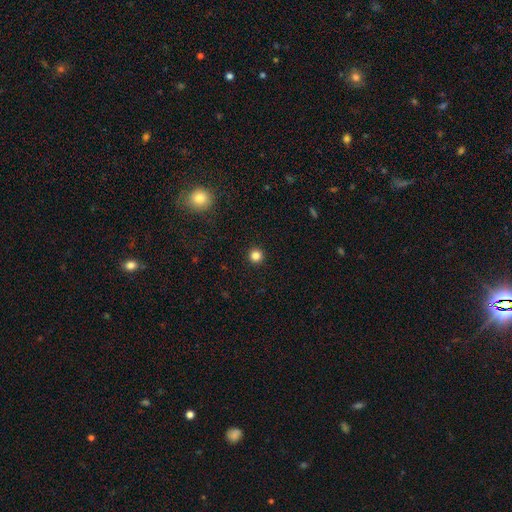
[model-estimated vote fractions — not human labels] Q: Smooth or featured?
A: smooth (83%); runner-up: star or artifact (13%)
Q: How rounded?
A: round (96%); runner-up: in between (3%)
Q: Merging?
A: none (93%); runner-up: minor disturbance (4%)